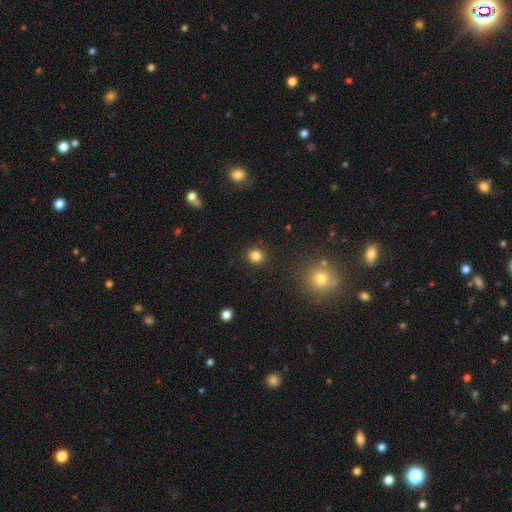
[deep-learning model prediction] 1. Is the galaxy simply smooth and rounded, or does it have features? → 83% smooth, 13% star or artifact, 4% featured or disk.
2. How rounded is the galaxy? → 91% round, 8% in between, 1% cigar-shaped.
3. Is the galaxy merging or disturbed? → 91% none, 5% minor disturbance, 2% major disturbance, 2% merger.